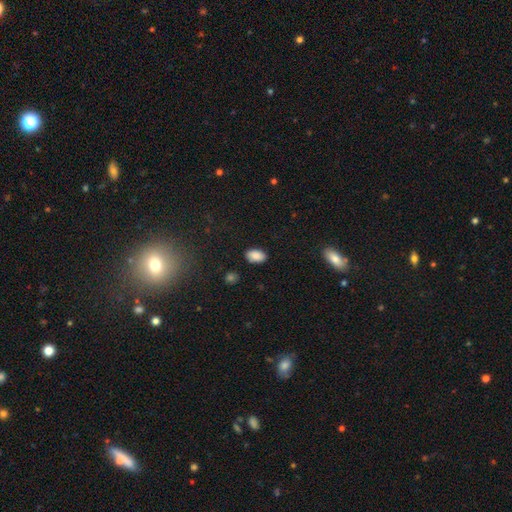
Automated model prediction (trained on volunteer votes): Smooth or featured: smooth — 87% (star or artifact — 8%)
How rounded: in between — 93% (round — 6%)
Merging: none — 85% (minor disturbance — 11%)